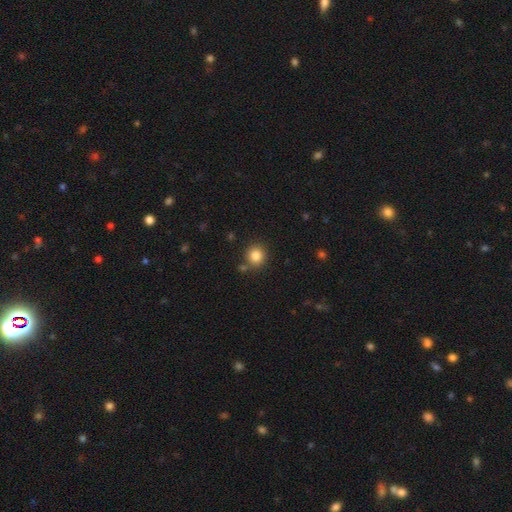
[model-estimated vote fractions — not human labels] Morphology: type=smooth (84%); roundness=round (88%); merging=none (82%).